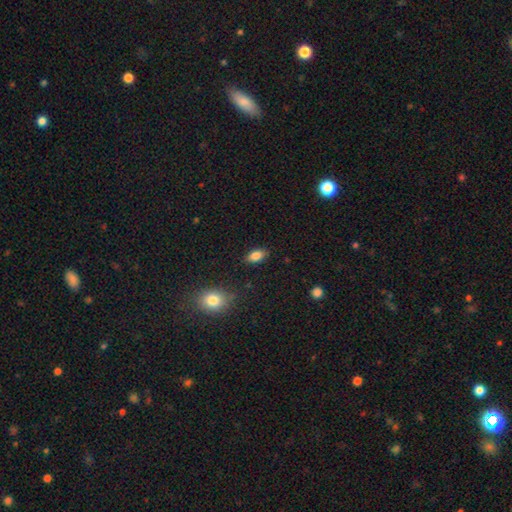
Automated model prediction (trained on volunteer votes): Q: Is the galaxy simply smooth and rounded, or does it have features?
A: smooth — 82%.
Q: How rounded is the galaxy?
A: in between — 89%.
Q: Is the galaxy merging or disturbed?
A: none — 85%.